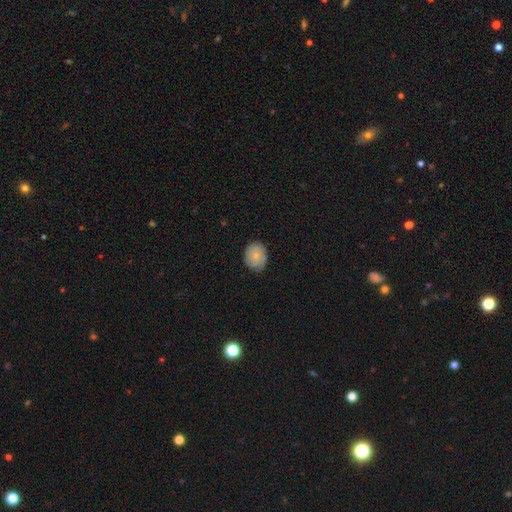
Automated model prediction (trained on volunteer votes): A smooth galaxy with no disk features (67%) that is round (56%). Merging: none (74%).